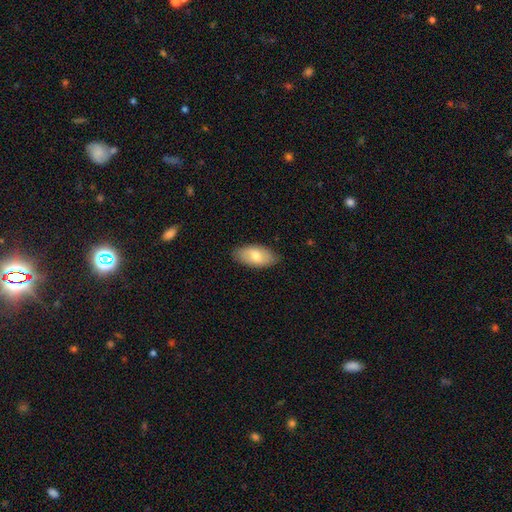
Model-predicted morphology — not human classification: Overall: smooth (74%). How rounded: in between (94%). Merging: none (86%).